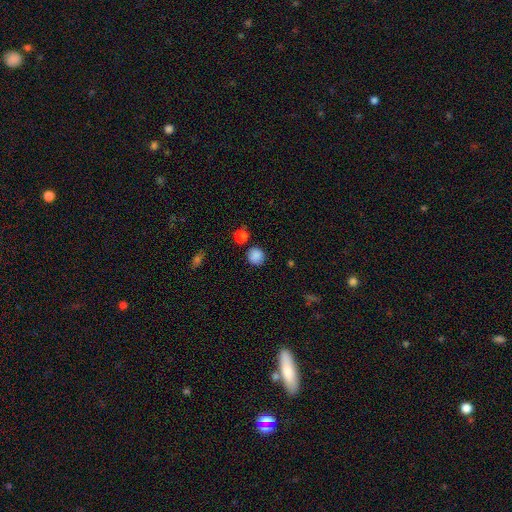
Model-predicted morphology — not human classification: type=smooth (86%); roundness=round (90%); merging=none (83%).